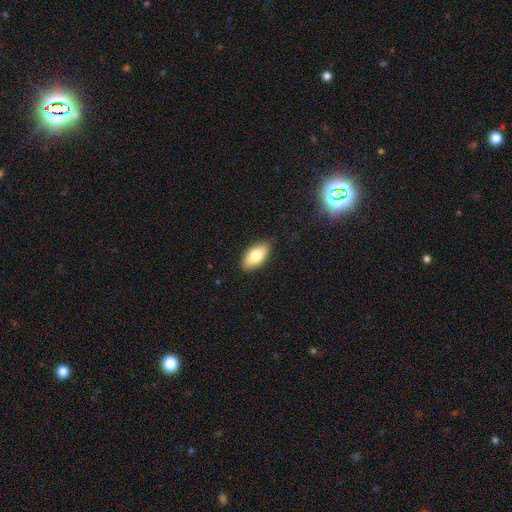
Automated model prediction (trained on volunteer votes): Smooth or featured: smooth — 76% (featured or disk — 17%)
How rounded: in between — 91% (cigar-shaped — 6%)
Merging: none — 86% (minor disturbance — 11%)